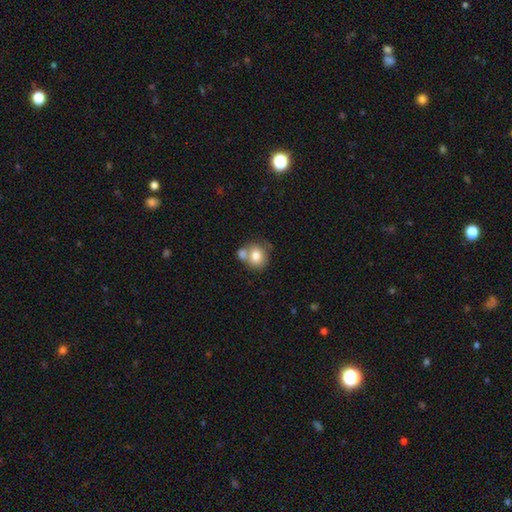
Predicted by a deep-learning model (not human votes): Smooth or featured?
  - smooth: 76% *
  - featured or disk: 16%
  - star or artifact: 8%
How rounded?
  - round: 73% *
  - in between: 26%
  - cigar-shaped: 1%
Merging?
  - merger: 47% *
  - none: 38%
  - minor disturbance: 11%
  - major disturbance: 4%